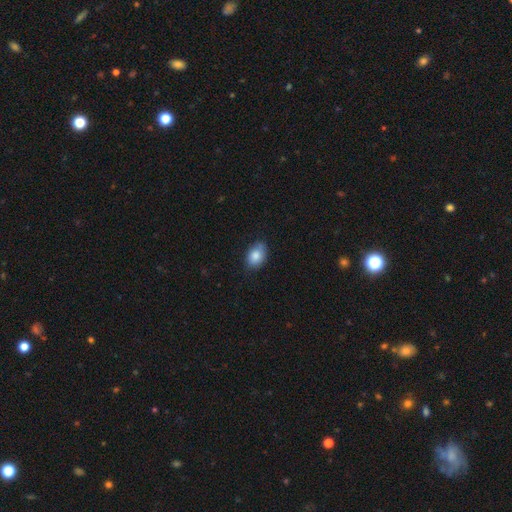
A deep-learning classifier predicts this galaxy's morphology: Smooth or featured: smooth — 85% (star or artifact — 8%)
How rounded: in between — 80% (round — 18%)
Merging: none — 74% (minor disturbance — 22%)